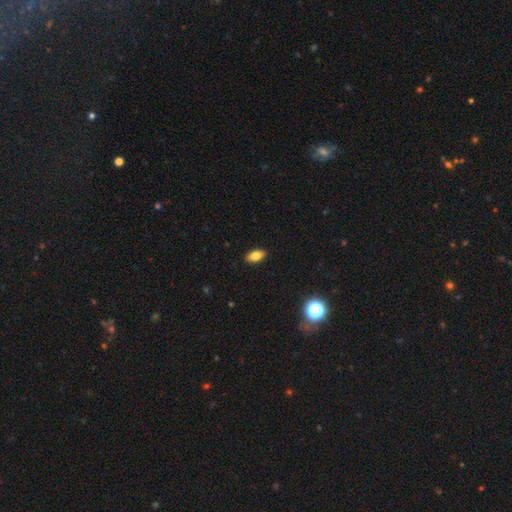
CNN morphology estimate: Smooth or featured: smooth — 81% (featured or disk — 11%)
How rounded: in between — 89% (cigar-shaped — 6%)
Merging: none — 90% (minor disturbance — 7%)